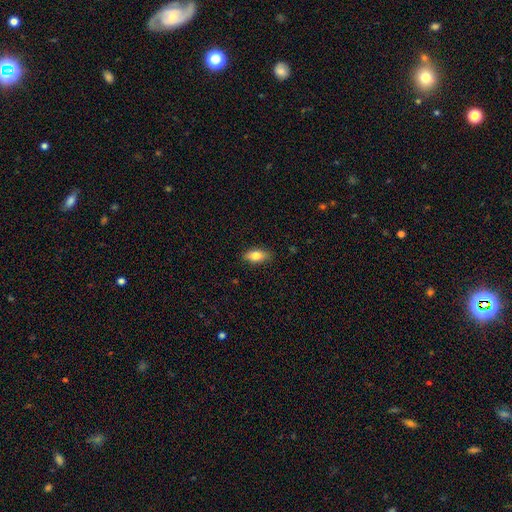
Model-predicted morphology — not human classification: A smooth galaxy with no disk features (80%) that is in between round and cigar-shaped (86%). Merging: none (86%).